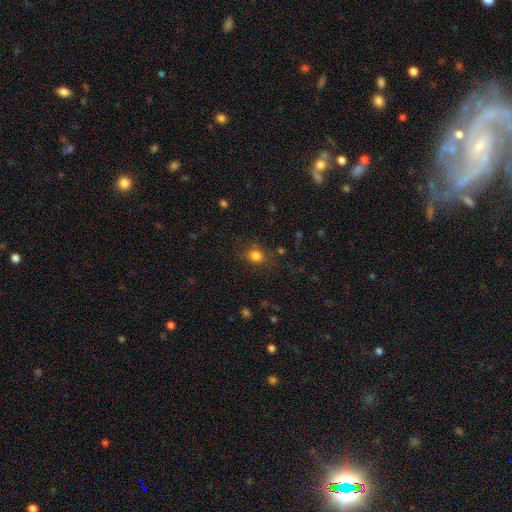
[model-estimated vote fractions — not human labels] A smooth galaxy with no disk features (80%) that is round (81%).

Vote fractions:
- Smooth or featured? smooth: 80% / star or artifact: 15% / featured or disk: 6%
- How rounded? round: 81% / in between: 18% / cigar-shaped: 1%
- Merging? none: 80% / minor disturbance: 13% / major disturbance: 6% / merger: 2%